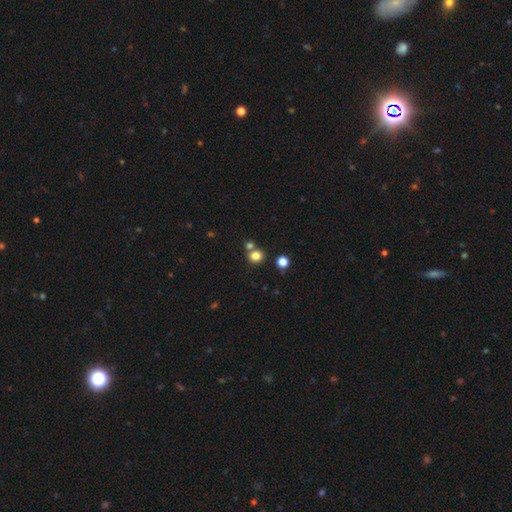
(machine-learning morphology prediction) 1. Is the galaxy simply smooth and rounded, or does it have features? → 81% smooth, 13% star or artifact, 6% featured or disk.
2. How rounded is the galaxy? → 78% round, 21% in between, 1% cigar-shaped.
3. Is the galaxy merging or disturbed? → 63% none, 26% merger, 8% minor disturbance, 3% major disturbance.